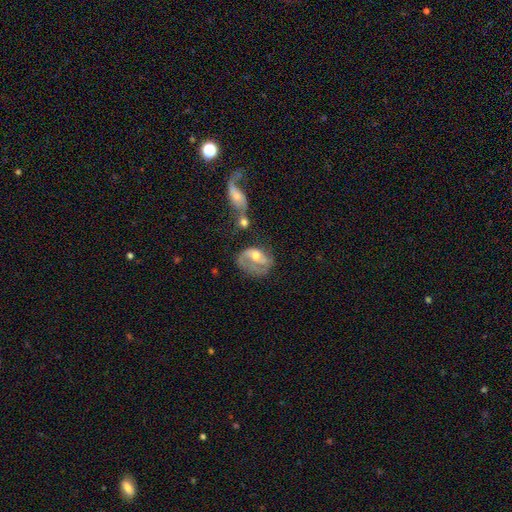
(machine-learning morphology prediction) Smooth or featured? featured or disk (63%)
Edge-on disk? no (96%)
Bar? no (59%)
Spiral arms? yes (71%)
Bulge size? moderate (64%)
Merging? major disturbance (31%)